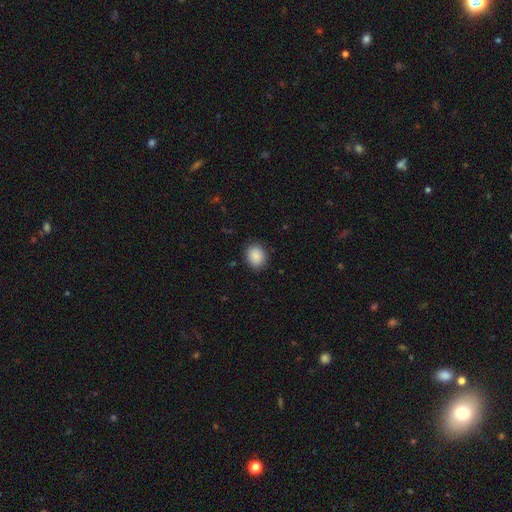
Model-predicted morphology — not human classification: smooth 89%, star or artifact 8%, featured or disk 4%. Down the decision tree: how rounded — round (58%); merging — none (86%).